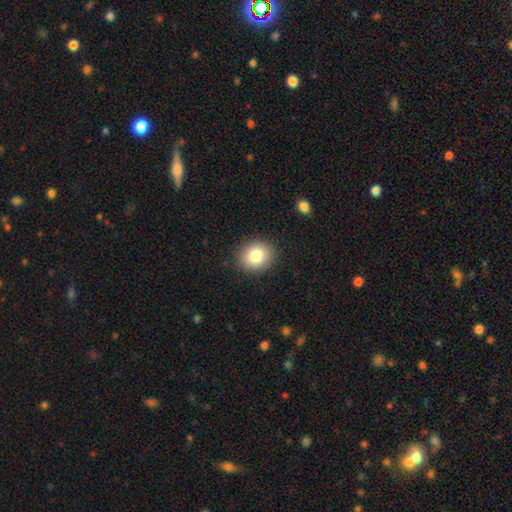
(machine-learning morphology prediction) smooth-or-featured: smooth: 81% | star or artifact: 10% | featured or disk: 9%
  how-rounded: round: 69% | in between: 30% | cigar-shaped: 1%
  merging: none: 89% | minor disturbance: 8% | major disturbance: 2% | merger: 1%